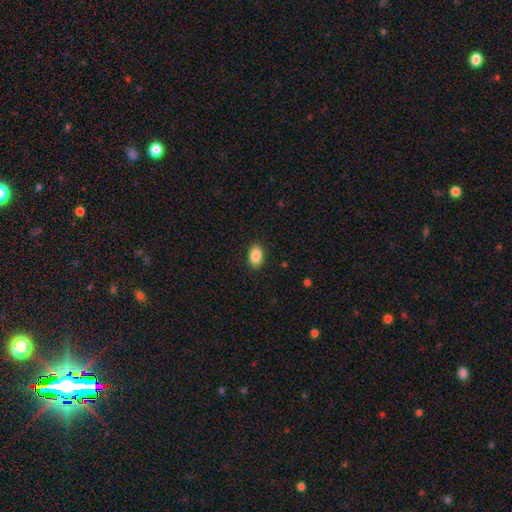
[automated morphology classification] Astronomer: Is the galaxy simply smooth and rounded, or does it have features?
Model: smooth — 88%.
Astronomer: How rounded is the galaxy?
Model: in between — 89%.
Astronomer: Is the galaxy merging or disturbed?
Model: none — 89%.